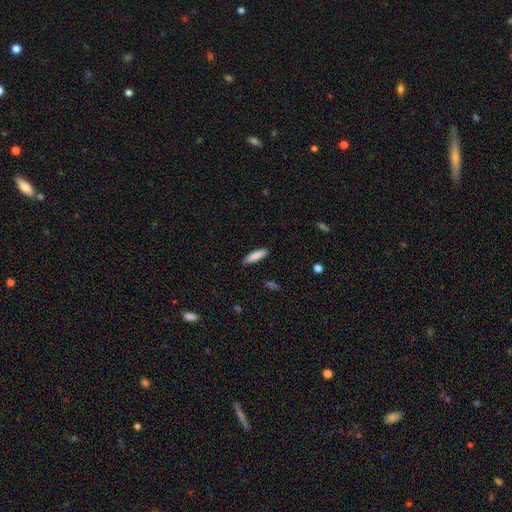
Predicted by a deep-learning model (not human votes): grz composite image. It shows a smooth galaxy with no disk features (87%) that is cigar-shaped (70%). Merging: none (88%).